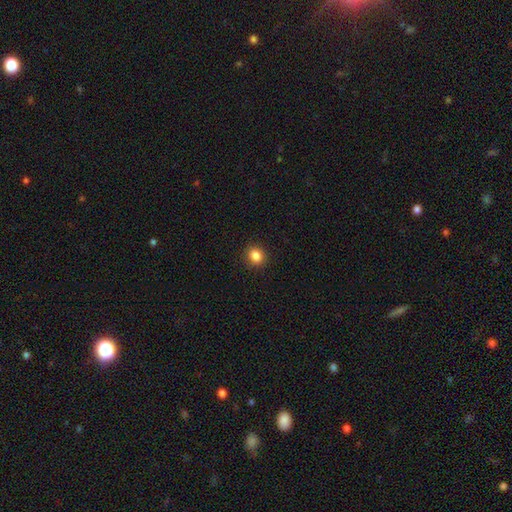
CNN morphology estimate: This appears to be a smooth galaxy with no disk features (86%) that is round (75%). Merging: none (91%).